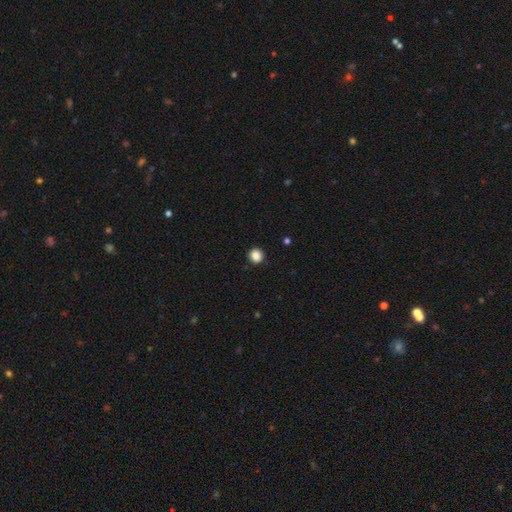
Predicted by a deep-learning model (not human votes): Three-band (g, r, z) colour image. It shows a smooth galaxy with no disk features (87%) that is round (92%). Merging: none (92%).